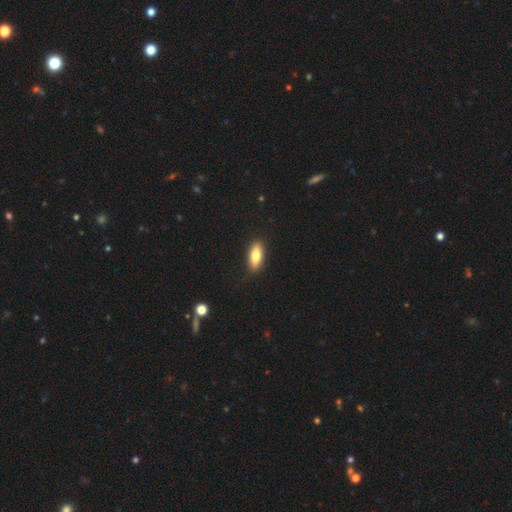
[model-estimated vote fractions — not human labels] smooth 78%, featured or disk 16%, star or artifact 6%. Down the decision tree: how rounded — in between (77%); merging — none (87%).